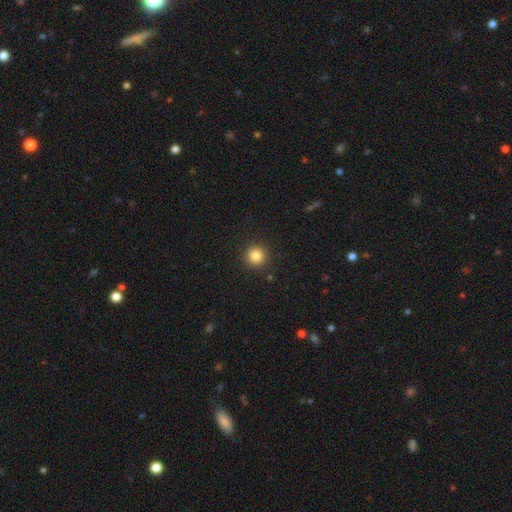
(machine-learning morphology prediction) Smooth or featured?
  - smooth: 84% *
  - star or artifact: 11%
  - featured or disk: 5%
How rounded?
  - round: 95% *
  - in between: 4%
  - cigar-shaped: 1%
Merging?
  - none: 91% *
  - minor disturbance: 5%
  - major disturbance: 2%
  - merger: 1%